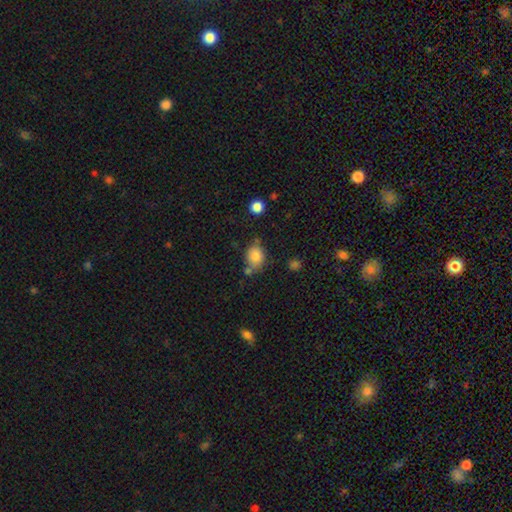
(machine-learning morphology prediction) This appears to be a smooth galaxy with no disk features (84%) that is round (51%). Merging: none (61%).